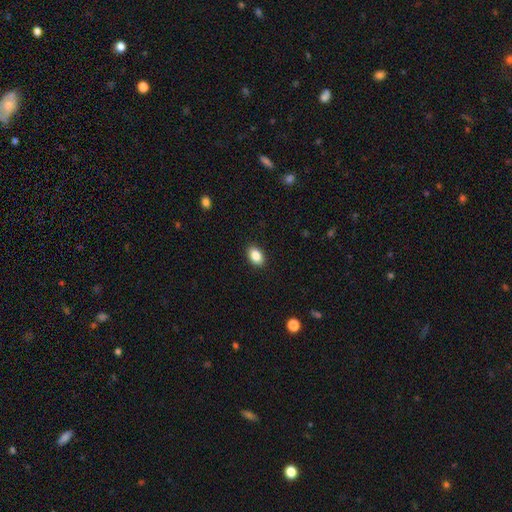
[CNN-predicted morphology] Smooth or featured: smooth — 87% (star or artifact — 8%)
How rounded: in between — 88% (round — 11%)
Merging: none — 90% (minor disturbance — 7%)